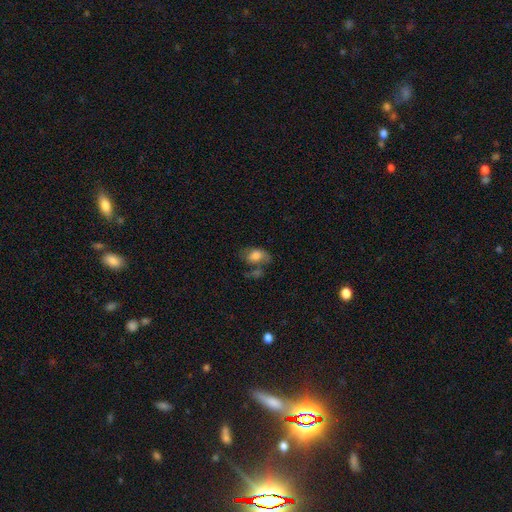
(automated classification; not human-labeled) Smooth or featured? smooth (69%)
How rounded? in between (85%)
Merging? none (38%)